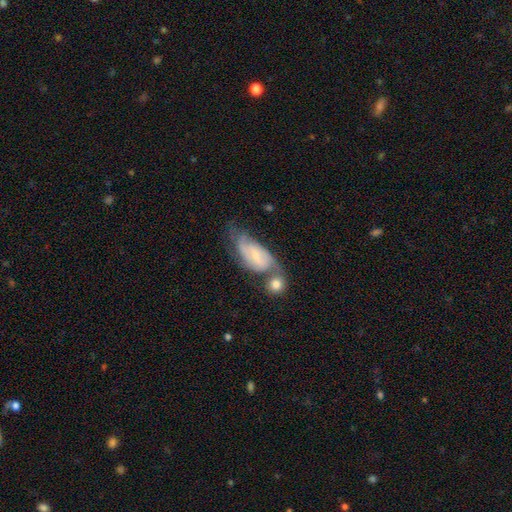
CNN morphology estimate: Smooth or featured? Predicted: featured or disk (p=0.65). Edge-on disk? Predicted: no (p=0.93). Bar? Predicted: no (p=0.44). Spiral arms? Predicted: yes (p=0.87). Spiral winding? Predicted: medium (p=0.45). Spiral arm count? Predicted: 2 (p=0.66). Bulge size? Predicted: small (p=0.67). Merging? Predicted: merger (p=0.35).